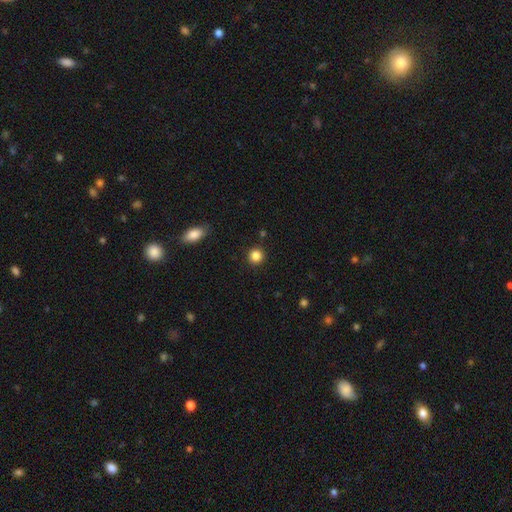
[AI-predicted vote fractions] A smooth galaxy with no disk features (85%) that is round (92%).

Vote fractions:
- Smooth or featured? smooth: 85% / star or artifact: 11% / featured or disk: 4%
- How rounded? round: 92% / in between: 7% / cigar-shaped: 1%
- Merging? none: 91% / minor disturbance: 6% / major disturbance: 2% / merger: 2%